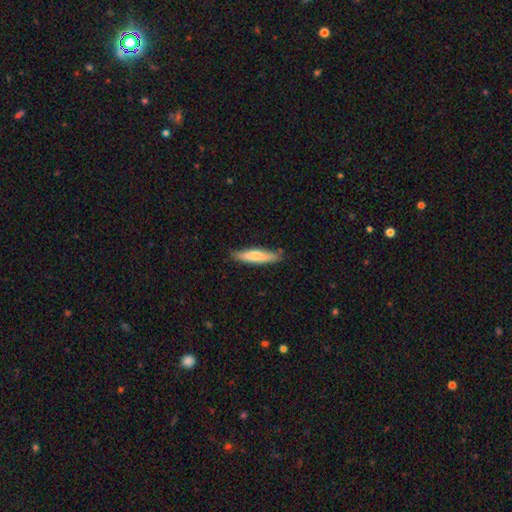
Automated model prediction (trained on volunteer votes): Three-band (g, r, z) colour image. It shows a smooth galaxy with no disk features (70%) that is cigar-shaped (78%). Merging: none (82%).